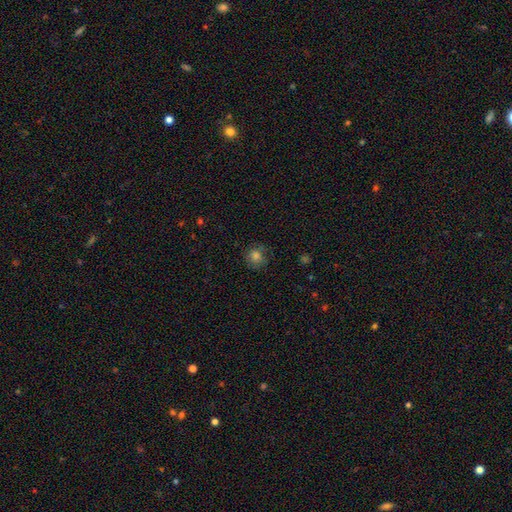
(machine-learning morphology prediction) Smooth or featured? smooth (79%)
How rounded? round (89%)
Merging? none (78%)